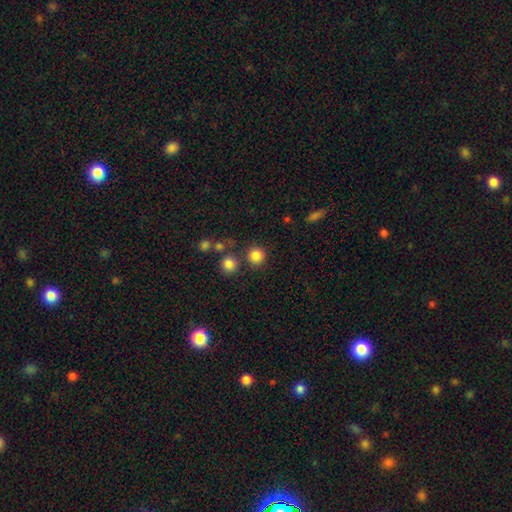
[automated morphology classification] Smooth or featured: smooth — 83% (star or artifact — 12%)
How rounded: round — 94% (in between — 5%)
Merging: none — 81% (merger — 9%)